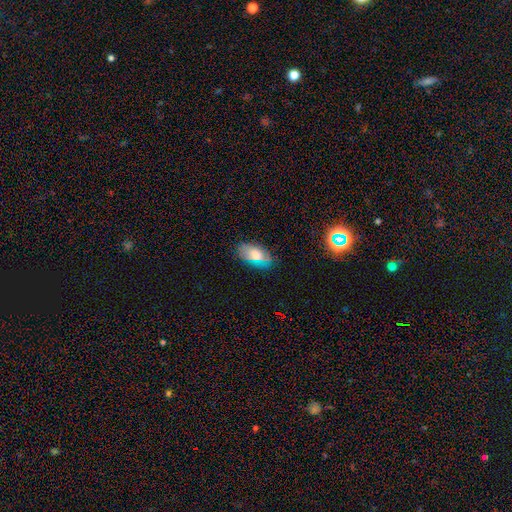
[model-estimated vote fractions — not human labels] Morphology: type=smooth (73%); roundness=in between (92%); merging=none (79%).